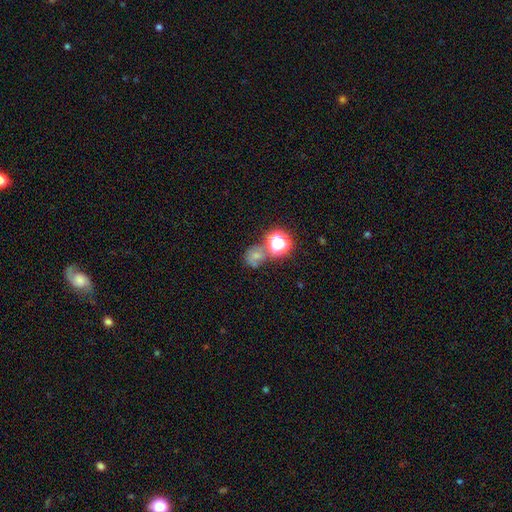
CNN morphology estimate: smooth 54%, star or artifact 29%, featured or disk 18%. Down the decision tree: how rounded — round (70%); merging — none (47%).